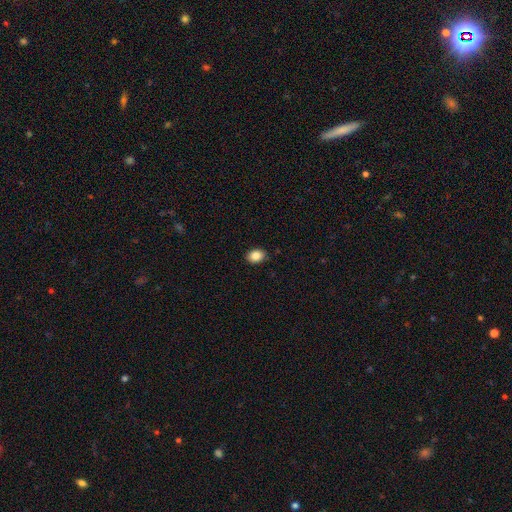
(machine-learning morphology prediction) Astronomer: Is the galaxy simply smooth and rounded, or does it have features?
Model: smooth — 86%.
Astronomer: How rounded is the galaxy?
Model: in between — 72%.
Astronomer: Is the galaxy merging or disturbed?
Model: none — 88%.